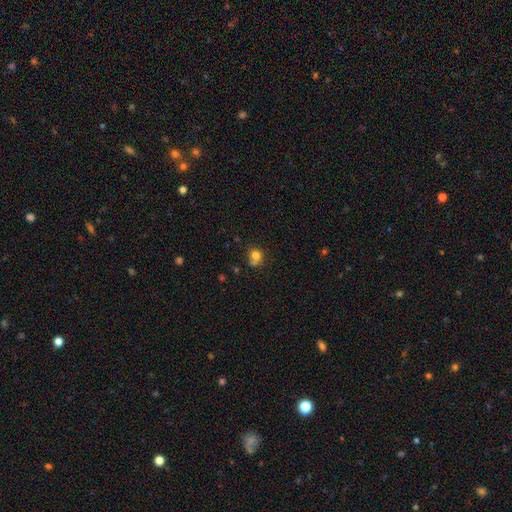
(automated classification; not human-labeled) A smooth galaxy with no disk features (77%) that is round (71%). Merging: none (47%).